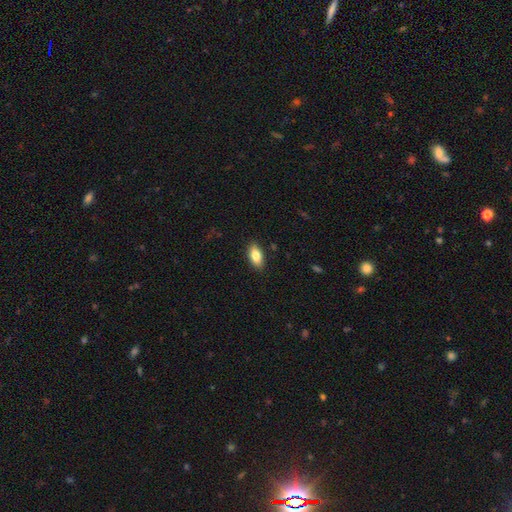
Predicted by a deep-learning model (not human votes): A smooth galaxy with no disk features (83%) that is in between round and cigar-shaped (90%). Merging: none (88%).